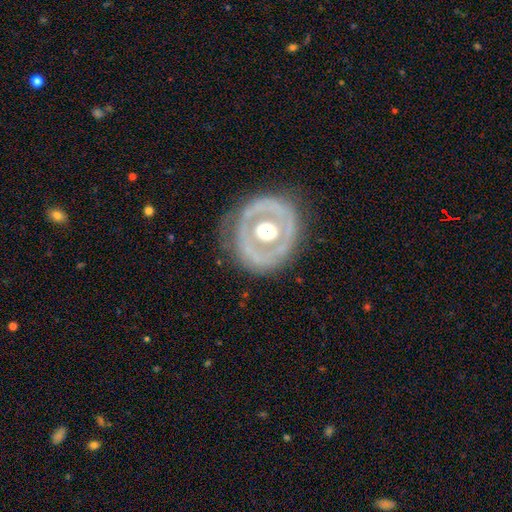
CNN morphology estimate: smooth-or-featured: featured or disk: 70% | smooth: 24% | star or artifact: 6%
  disk-edge-on: no: 94% | yes: 6%
    bar: no: 83% | weak: 12% | strong: 6%
    has-spiral-arms: no: 78% | yes: 22%
    bulge-size: moderate: 52% | large: 40% | dominant: 4% | small: 3% | none: 1%
  merging: none: 76% | minor disturbance: 15% | major disturbance: 8% | merger: 1%